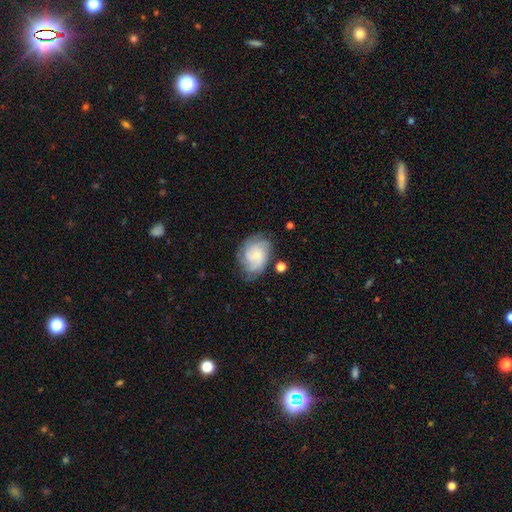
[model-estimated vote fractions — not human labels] Q: Smooth or featured?
A: featured or disk (64%); runner-up: smooth (28%)
Q: Edge-on disk?
A: no (97%); runner-up: yes (3%)
Q: Bar?
A: no (70%); runner-up: weak (27%)
Q: Spiral arms?
A: yes (91%); runner-up: no (9%)
Q: Spiral winding?
A: tight (47%); runner-up: medium (39%)
Q: Spiral arm count?
A: can't tell (32%); runner-up: 3 (28%)
Q: Bulge size?
A: small (64%); runner-up: moderate (23%)
Q: Merging?
A: none (67%); runner-up: minor disturbance (21%)